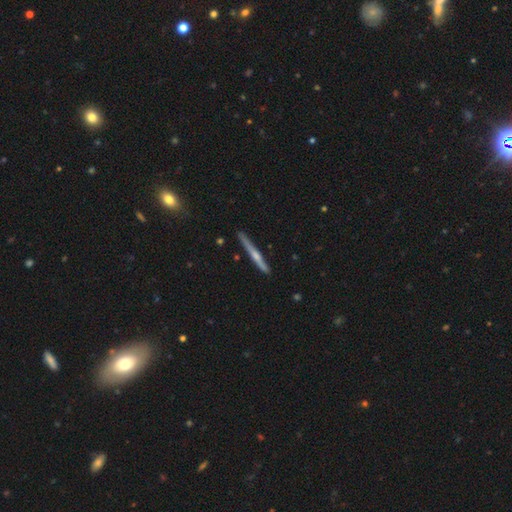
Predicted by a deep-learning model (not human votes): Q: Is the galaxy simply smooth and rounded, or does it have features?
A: featured or disk — 72%.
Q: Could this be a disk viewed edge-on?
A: yes — 98%.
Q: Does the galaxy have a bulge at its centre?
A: rounded — 78%.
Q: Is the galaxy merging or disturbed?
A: none — 88%.